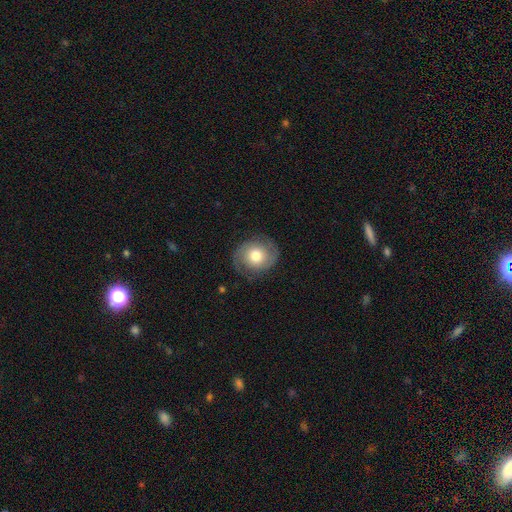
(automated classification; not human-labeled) The model was most divided on "smooth or featured": featured or disk: 58%, smooth: 34%, star or artifact: 8%. More confident: edge-on disk — no (97%); spiral arms — yes (84%); merging — none (80%); bar — no (78%); bulge size — moderate (68%).